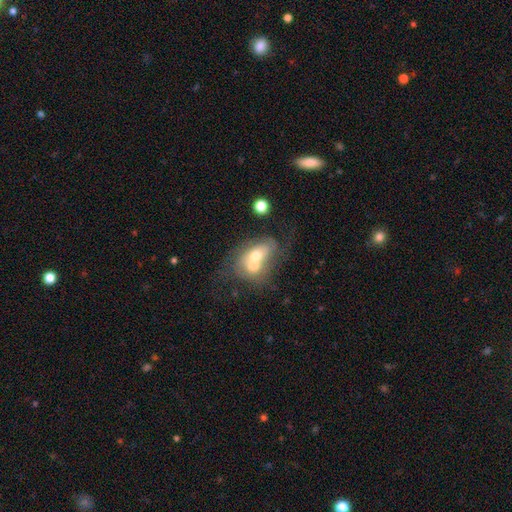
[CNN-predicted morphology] A smooth galaxy with no disk features (50%) that is in between round and cigar-shaped (67%). Merging: merger (71%).